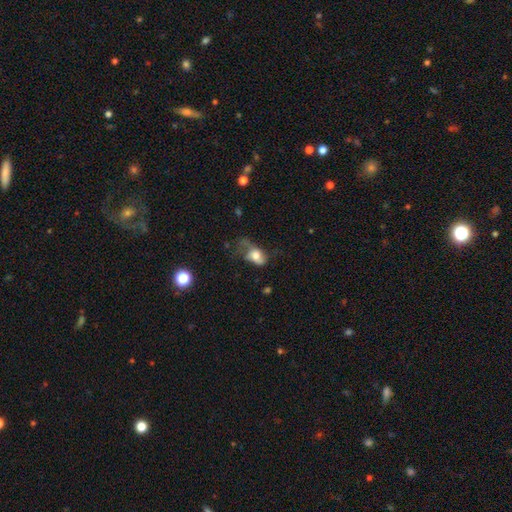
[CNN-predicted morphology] type=smooth (61%); roundness=in between (76%); merging=major disturbance (48%).